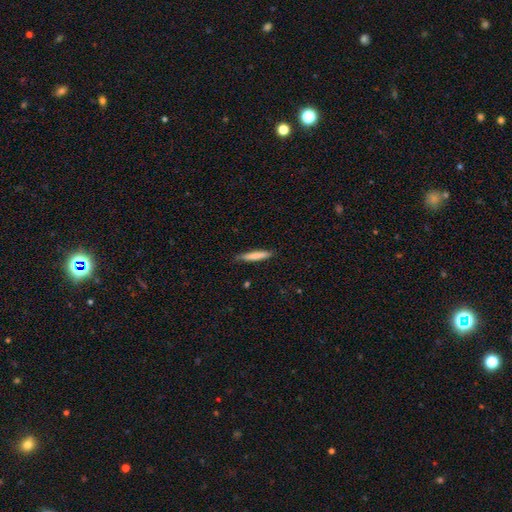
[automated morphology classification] type=smooth (80%); roundness=cigar-shaped (92%); merging=none (85%).